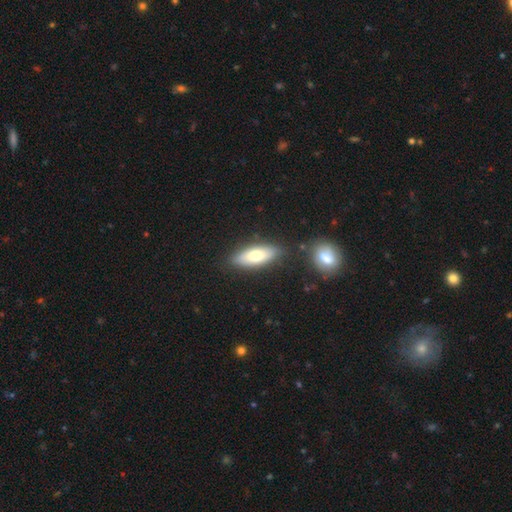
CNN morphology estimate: The model was most divided on "smooth or featured": smooth: 68%, featured or disk: 26%, star or artifact: 7%. More confident: merging — none (81%); how rounded — in between (72%).